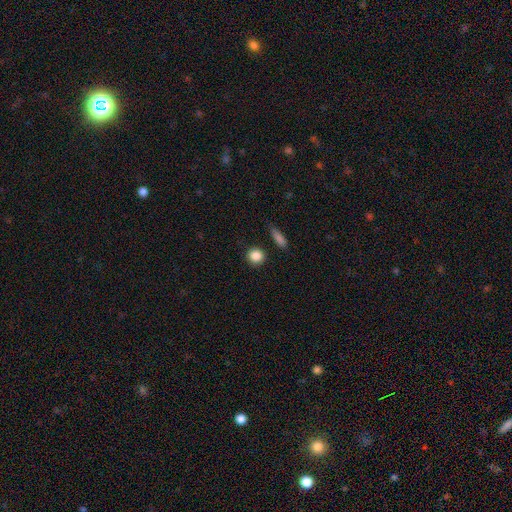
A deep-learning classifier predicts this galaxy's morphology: The model was most divided on "how rounded": round: 87%, in between: 11%, cigar-shaped: 2%. More confident: smooth or featured — smooth (87%); merging — none (87%).